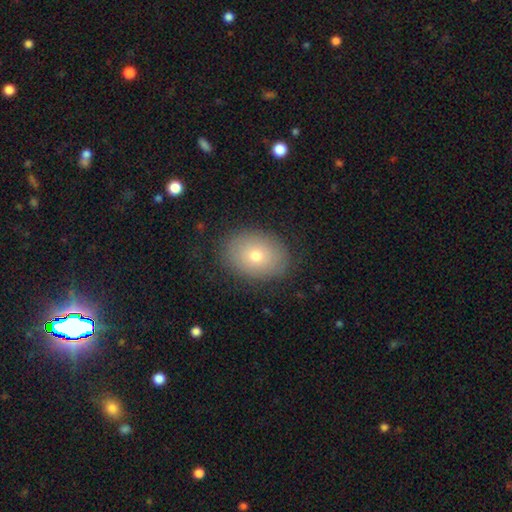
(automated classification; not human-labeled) A smooth galaxy with no disk features (72%) that is in between round and cigar-shaped (70%). Merging: none (84%).